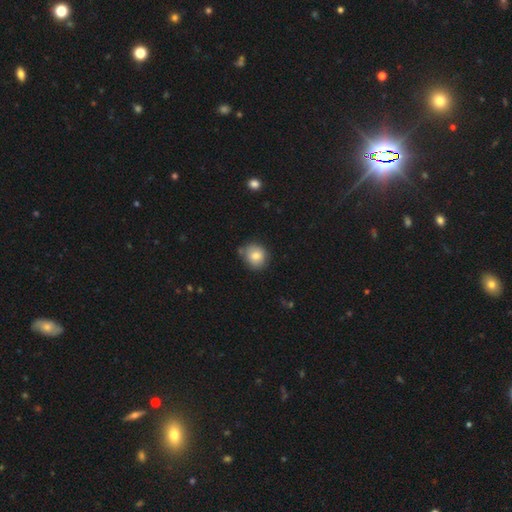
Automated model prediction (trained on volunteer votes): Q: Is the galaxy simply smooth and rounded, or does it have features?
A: smooth — 80%.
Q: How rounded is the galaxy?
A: round — 82%.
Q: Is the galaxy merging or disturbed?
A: none — 70%.